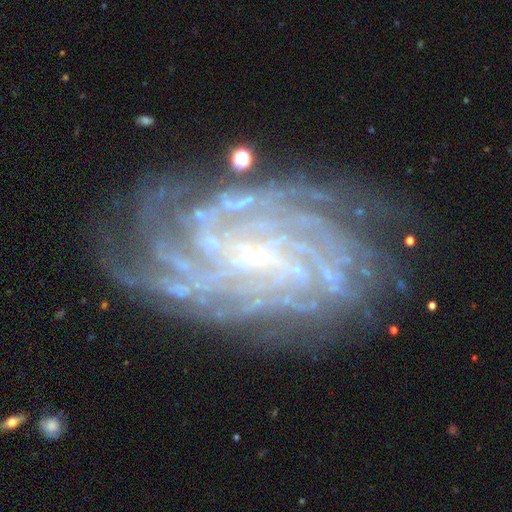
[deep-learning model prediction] A featured or disk galaxy (89%) with no bar (44%), more than 4 (39%) tight (75%) spiral arms (98%) and a small central bulge (75%).

Vote fractions:
- Smooth or featured? featured or disk: 89% / star or artifact: 7% / smooth: 5%
- Edge-on disk? no: 97% / yes: 3%
- Bar? no: 44% / weak: 40% / strong: 15%
- Spiral arms? yes: 98% / no: 2%
- Spiral winding? tight: 75% / medium: 20% / loose: 5%
- Spiral arm count? more than 4: 39% / 4: 19% / can't tell: 19% / 3: 9% / 2: 8% / 1: 7%
- Bulge size? small: 75% / moderate: 12% / none: 10% / large: 2% / dominant: 1%
- Merging? none: 75% / minor disturbance: 16% / major disturbance: 7% / merger: 2%